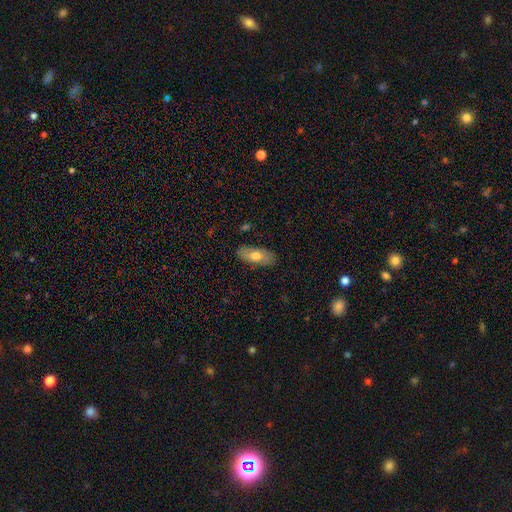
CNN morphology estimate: A smooth galaxy with no disk features (65%) that is in between round and cigar-shaped (85%). Merging: none (83%).